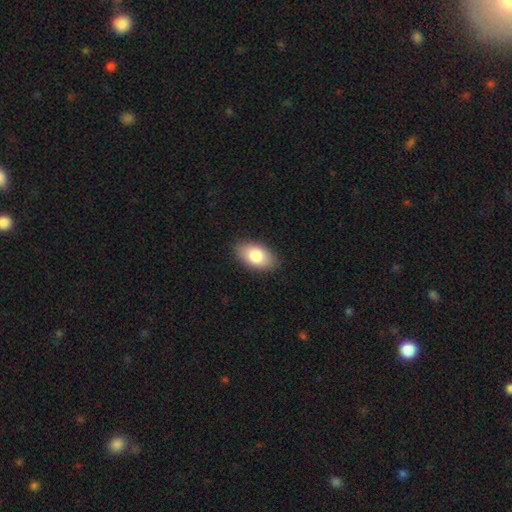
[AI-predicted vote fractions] Smooth or featured? smooth (82%)
How rounded? in between (93%)
Merging? none (87%)